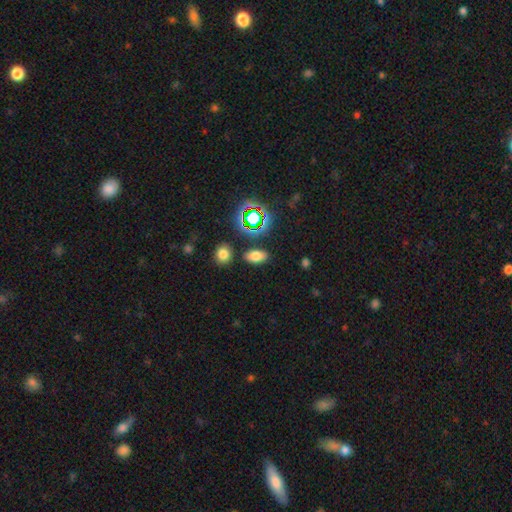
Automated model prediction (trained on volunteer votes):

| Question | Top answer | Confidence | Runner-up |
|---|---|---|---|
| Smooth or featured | smooth | 72% | star or artifact (19%) |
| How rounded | in between | 88% | round (8%) |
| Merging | none | 84% | minor disturbance (9%) |